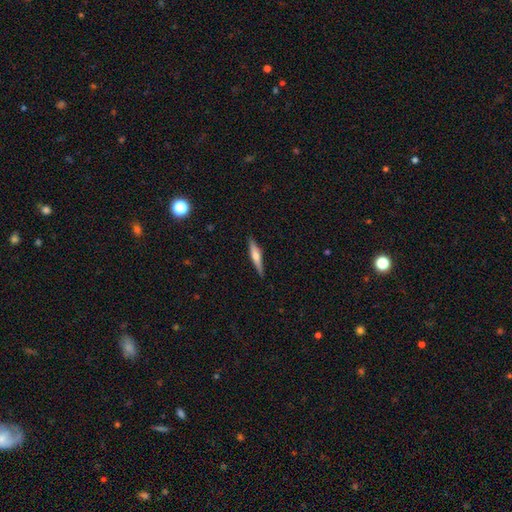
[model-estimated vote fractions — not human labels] A featured or disk galaxy (54%) viewed edge-on (96%) with a rounded central bulge (86%). Merging: none (89%).